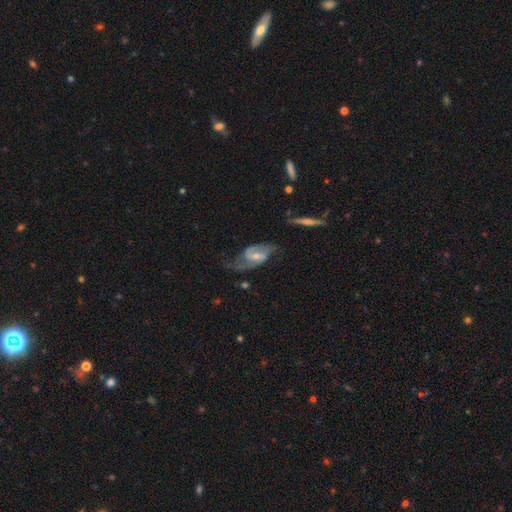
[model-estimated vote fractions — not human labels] Smooth or featured? Predicted: featured or disk (p=0.84). Edge-on disk? Predicted: no (p=0.95). Bar? Predicted: weak (p=0.47). Spiral arms? Predicted: yes (p=0.94). Spiral winding? Predicted: medium (p=0.46). Spiral arm count? Predicted: 2 (p=0.87). Bulge size? Predicted: moderate (p=0.51). Merging? Predicted: none (p=0.55).